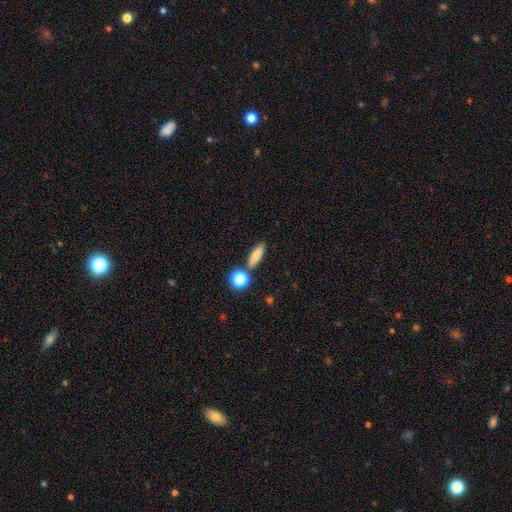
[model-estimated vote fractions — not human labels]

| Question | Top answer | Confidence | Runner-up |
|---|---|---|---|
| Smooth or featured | smooth | 79% | featured or disk (11%) |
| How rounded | in between | 48% | cigar-shaped (43%) |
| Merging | none | 77% | minor disturbance (10%) |